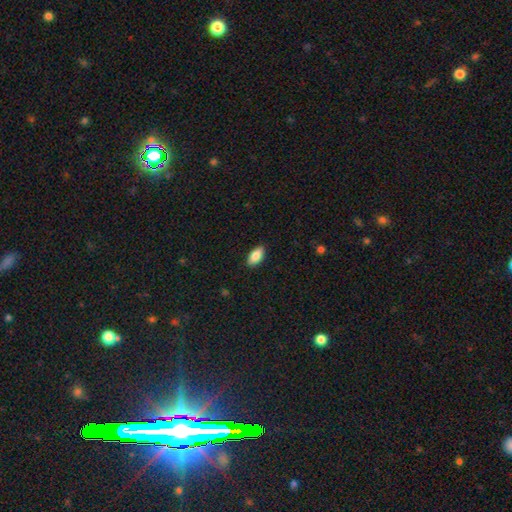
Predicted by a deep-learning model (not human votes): smooth_or_featured: smooth (p=0.86) [alt: featured or disk p=0.08]
how_rounded: in between (p=0.92) [alt: cigar-shaped p=0.06]
merging: none (p=0.88) [alt: minor disturbance p=0.09]